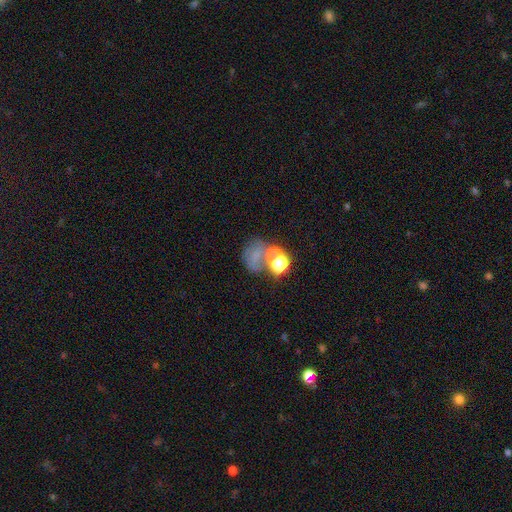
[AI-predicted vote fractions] smooth 44%, star or artifact 30%, featured or disk 26%. Down the decision tree: merging — merger (33%).